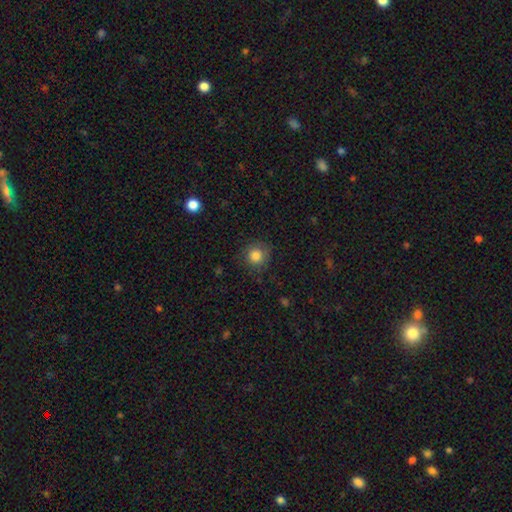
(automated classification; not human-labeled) Overall: smooth (84%). How rounded: round (93%). Merging: none (84%).